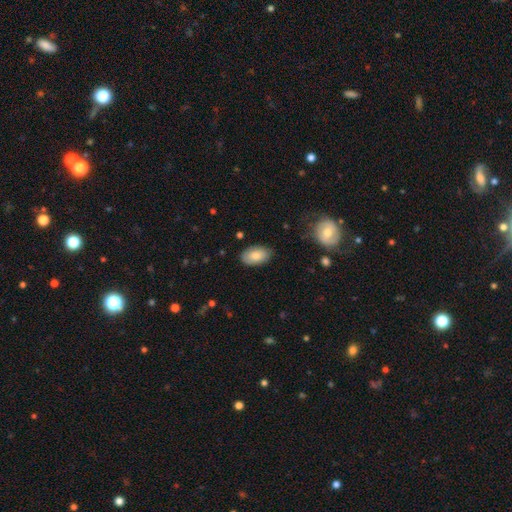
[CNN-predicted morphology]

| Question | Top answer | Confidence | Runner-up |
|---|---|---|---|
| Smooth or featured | smooth | 79% | featured or disk (14%) |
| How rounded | in between | 94% | round (5%) |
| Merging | none | 82% | minor disturbance (14%) |